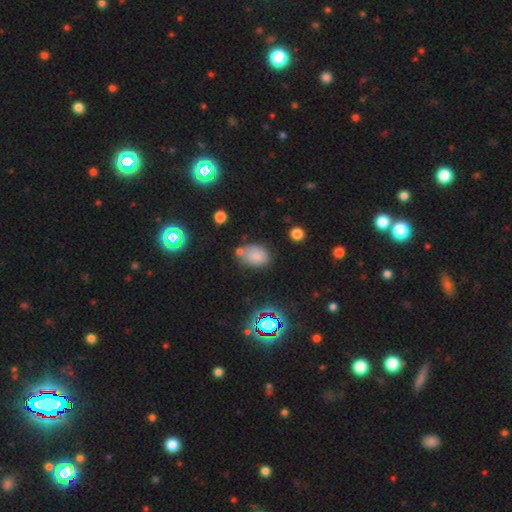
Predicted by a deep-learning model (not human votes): Q: Smooth or featured?
A: smooth (73%); runner-up: star or artifact (17%)
Q: How rounded?
A: in between (79%); runner-up: round (19%)
Q: Merging?
A: none (62%); runner-up: minor disturbance (19%)